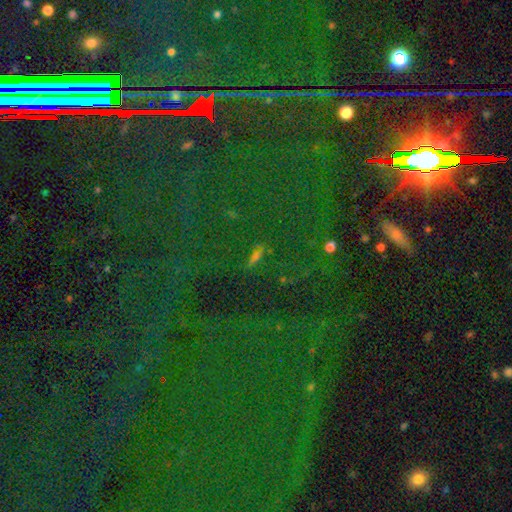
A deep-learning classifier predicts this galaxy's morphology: Smooth or featured?
  - star or artifact: 50% *
  - smooth: 31%
  - featured or disk: 19%